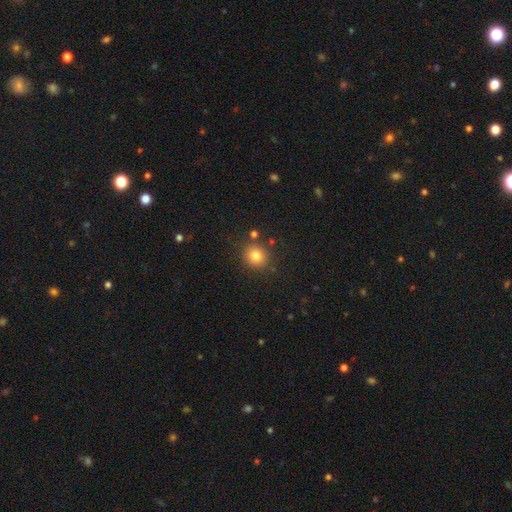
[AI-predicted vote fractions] smooth 81%, star or artifact 13%, featured or disk 7%. Down the decision tree: how rounded — round (86%); merging — none (84%).